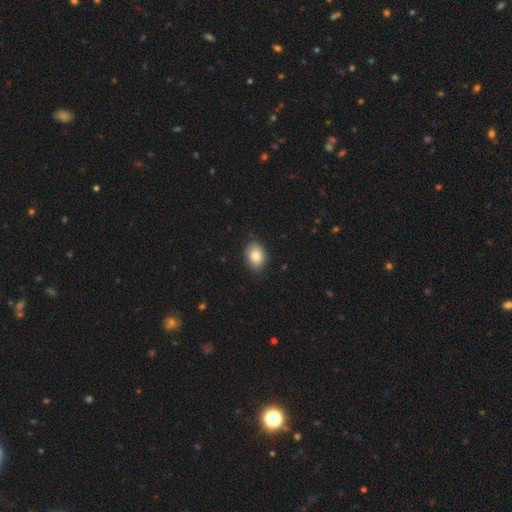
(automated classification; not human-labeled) Smooth or featured? Predicted: smooth (p=0.83). How rounded? Predicted: in between (p=0.72). Merging? Predicted: none (p=0.85).